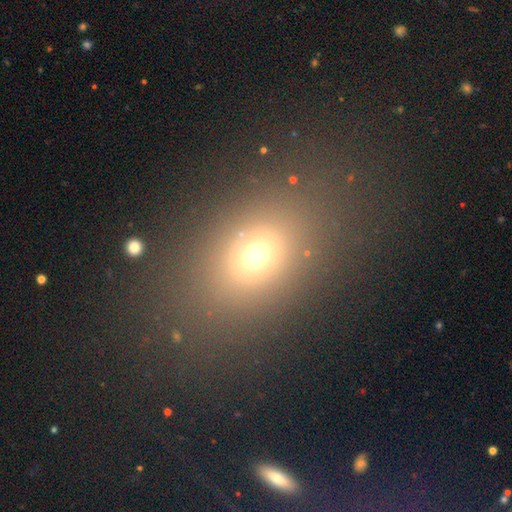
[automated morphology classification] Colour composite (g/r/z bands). It shows a smooth galaxy with no disk features (65%) that is in between round and cigar-shaped (64%). Merging: none (81%).